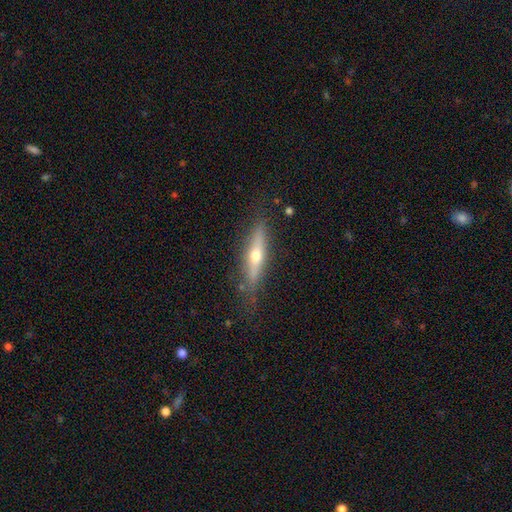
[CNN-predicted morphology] smooth_or_featured: featured or disk (p=0.59) [alt: smooth p=0.35]
disk_edge_on: yes (p=0.91) [alt: no p=0.09]
edge_on_bulge: rounded (p=0.91) [alt: none p=0.06]
merging: none (p=0.80) [alt: minor disturbance p=0.14]